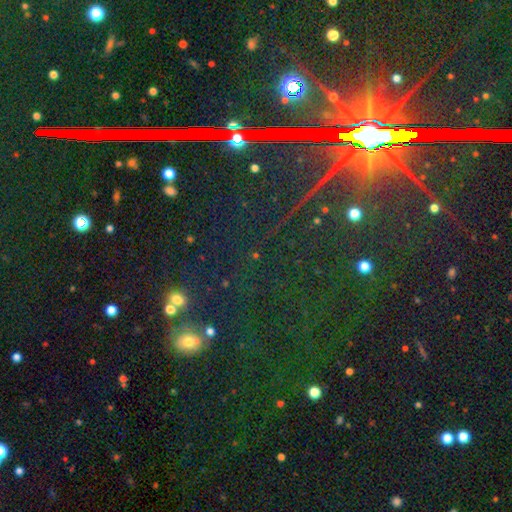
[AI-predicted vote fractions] Smooth or featured? Predicted: star or artifact (p=0.73).